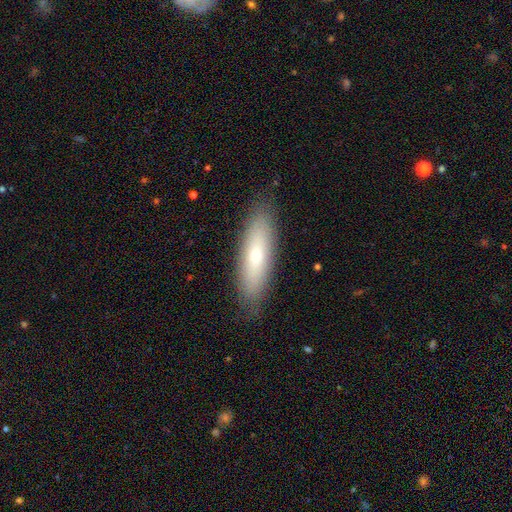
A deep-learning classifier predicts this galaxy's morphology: smooth-or-featured: smooth: 60% | featured or disk: 33% | star or artifact: 8%
  how-rounded: cigar-shaped: 51% | in between: 46% | round: 3%
  merging: none: 86% | minor disturbance: 10% | major disturbance: 3% | merger: 1%